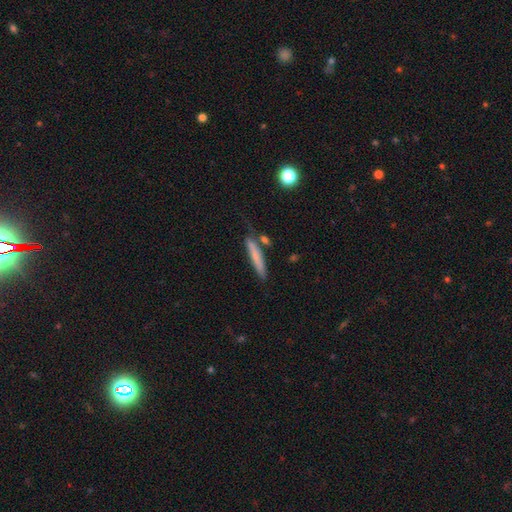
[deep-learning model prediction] This is likely a smooth galaxy (68%). How rounded: clearly cigar-shaped (93%). Merging: likely none (72%).